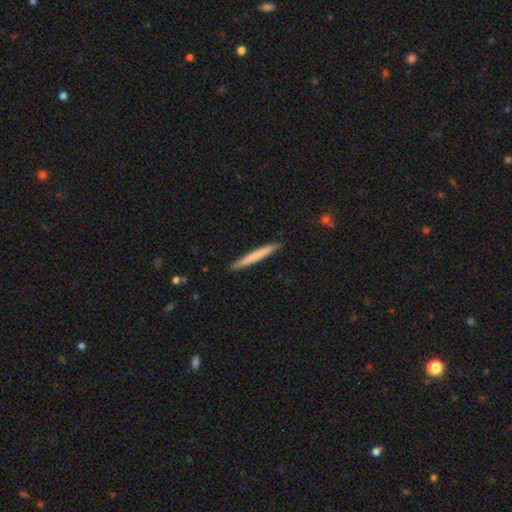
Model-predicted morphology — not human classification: Overall: smooth (68%). How rounded: cigar-shaped (97%). Merging: none (91%).